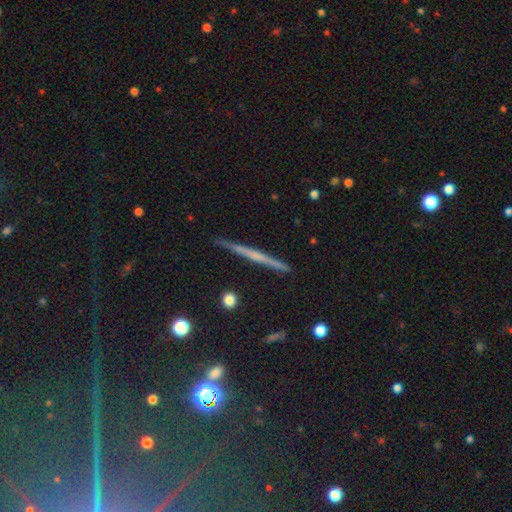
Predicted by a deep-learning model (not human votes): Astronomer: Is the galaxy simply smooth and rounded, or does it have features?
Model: featured or disk — 64%.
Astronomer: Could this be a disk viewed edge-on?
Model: yes — 98%.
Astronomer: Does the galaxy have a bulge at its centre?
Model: none — 67%.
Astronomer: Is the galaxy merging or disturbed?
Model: none — 92%.